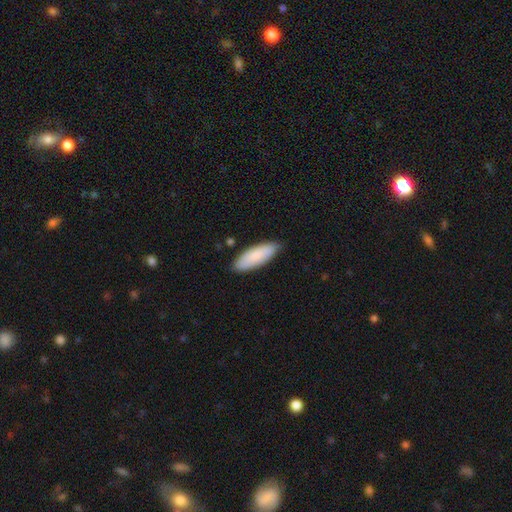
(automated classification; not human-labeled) A smooth galaxy with no disk features (86%) that is in between round and cigar-shaped (64%). Merging: none (86%).